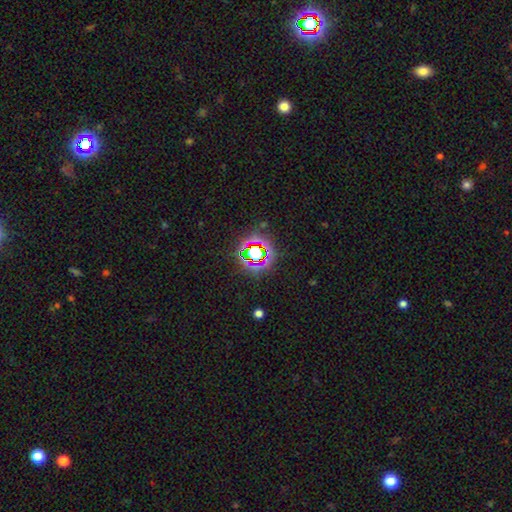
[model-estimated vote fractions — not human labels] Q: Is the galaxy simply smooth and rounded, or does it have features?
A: star or artifact — 66%.